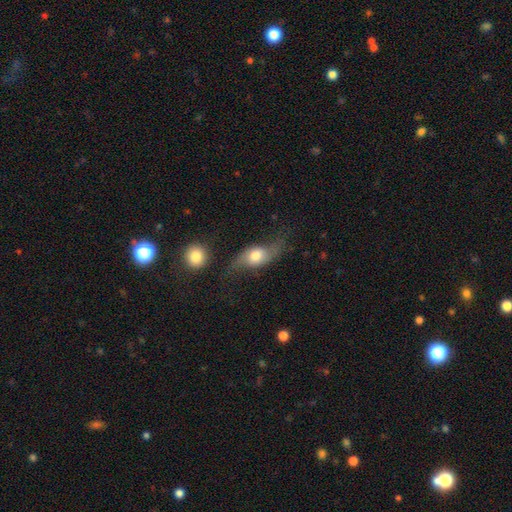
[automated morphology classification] This appears to be a featured or disk galaxy (53%). Merging: none (53%).